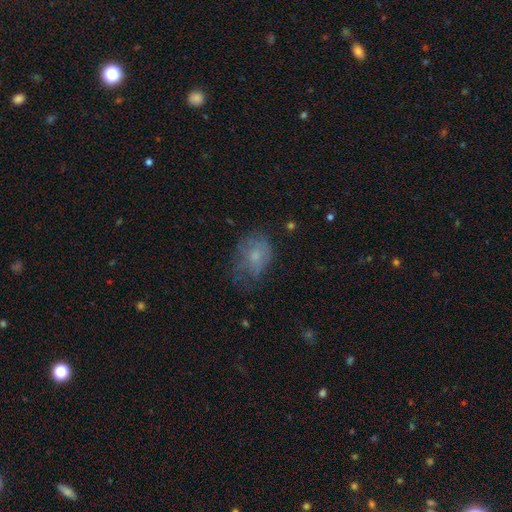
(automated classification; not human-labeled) smooth-or-featured: smooth: 61% | featured or disk: 28% | star or artifact: 11%
  how-rounded: in between: 65% | round: 34% | cigar-shaped: 1%
  merging: none: 47% | minor disturbance: 30% | major disturbance: 21% | merger: 2%